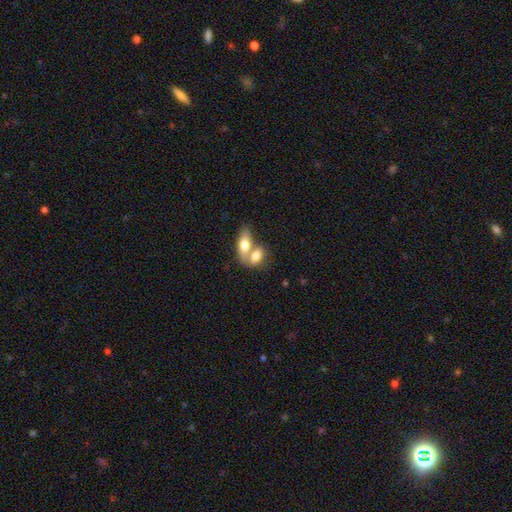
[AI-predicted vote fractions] Smooth or featured?
  - smooth: 73% *
  - featured or disk: 21%
  - star or artifact: 6%
How rounded?
  - in between: 84% *
  - round: 9%
  - cigar-shaped: 6%
Merging?
  - merger: 70% *
  - none: 20%
  - minor disturbance: 6%
  - major disturbance: 4%